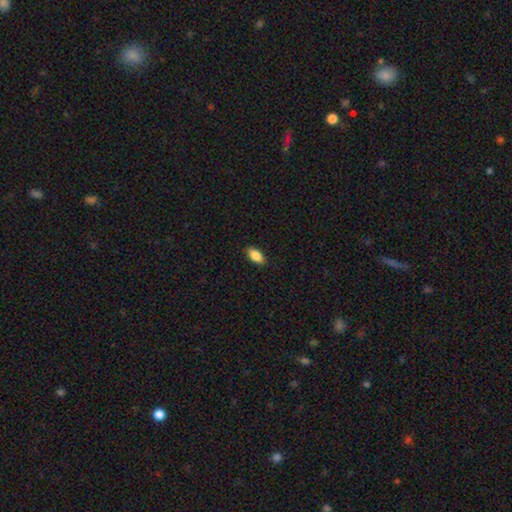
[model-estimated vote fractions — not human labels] Smooth or featured? Predicted: smooth (p=0.86). How rounded? Predicted: in between (p=0.91). Merging? Predicted: none (p=0.89).